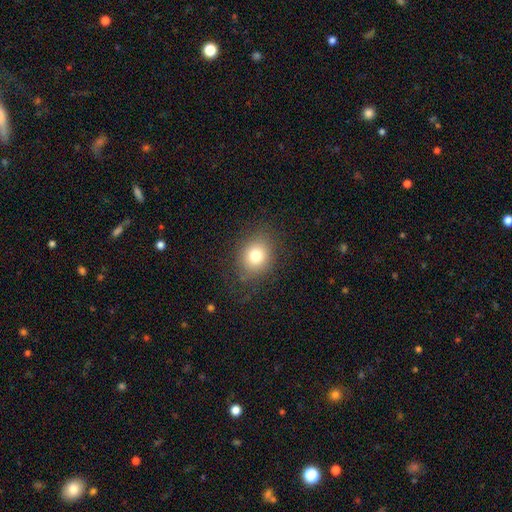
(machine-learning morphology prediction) Smooth or featured? Predicted: smooth (p=0.78). How rounded? Predicted: round (p=0.65). Merging? Predicted: none (p=0.83).